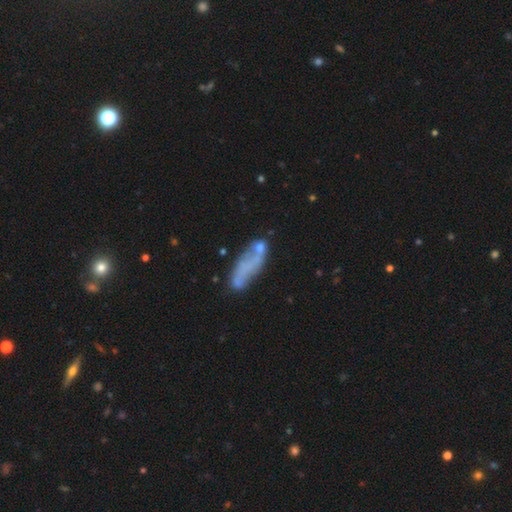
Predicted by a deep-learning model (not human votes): Smooth or featured?
  - smooth: 47% *
  - featured or disk: 44%
  - star or artifact: 10%
Merging?
  - none: 43% *
  - minor disturbance: 23%
  - merger: 18%
  - major disturbance: 16%